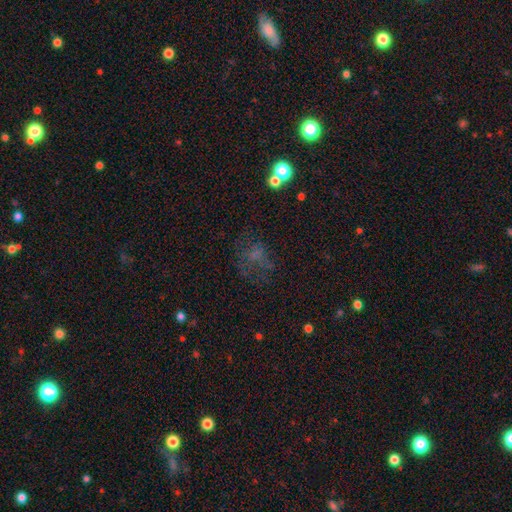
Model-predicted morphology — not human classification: A smooth galaxy with no disk features (41%). Merging: none (48%).